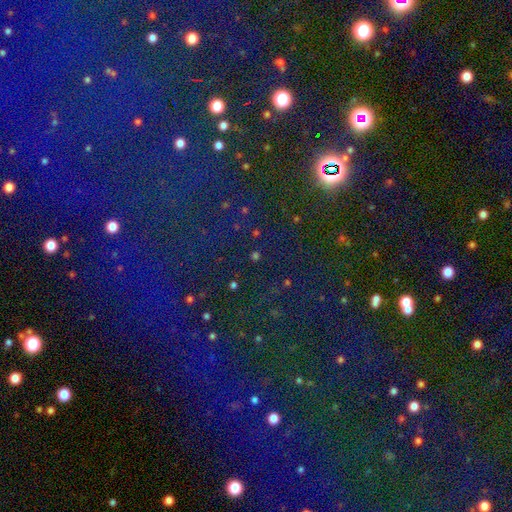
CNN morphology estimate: Smooth or featured: star or artifact — 79% (smooth — 14%)